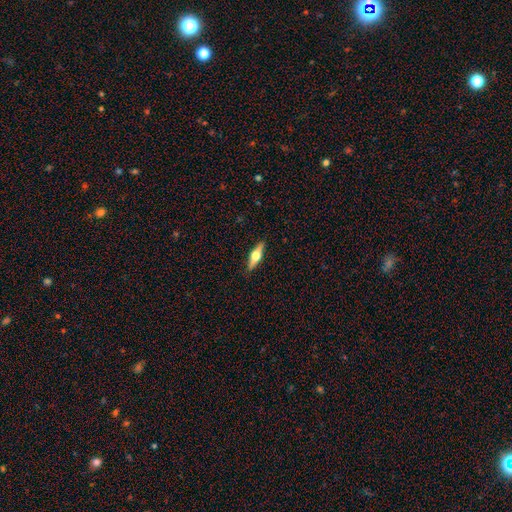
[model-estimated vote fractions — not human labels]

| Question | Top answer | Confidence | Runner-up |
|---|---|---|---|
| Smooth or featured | featured or disk | 63% | smooth (32%) |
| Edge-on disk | yes | 96% | no (4%) |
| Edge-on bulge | rounded | 96% | boxy (3%) |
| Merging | none | 90% | minor disturbance (8%) |